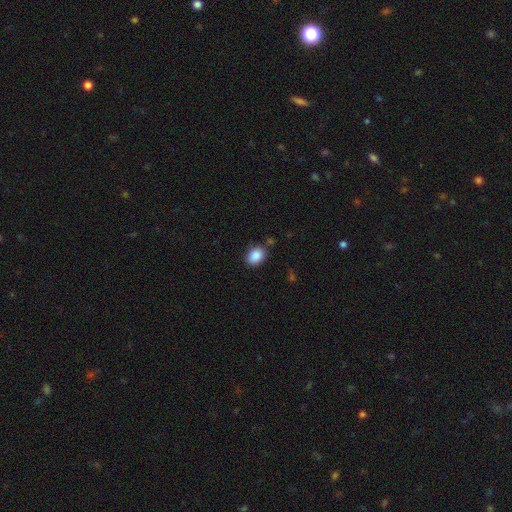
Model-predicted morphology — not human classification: Smooth or featured? Predicted: smooth (p=0.88). How rounded? Predicted: in between (p=0.68). Merging? Predicted: none (p=0.80).